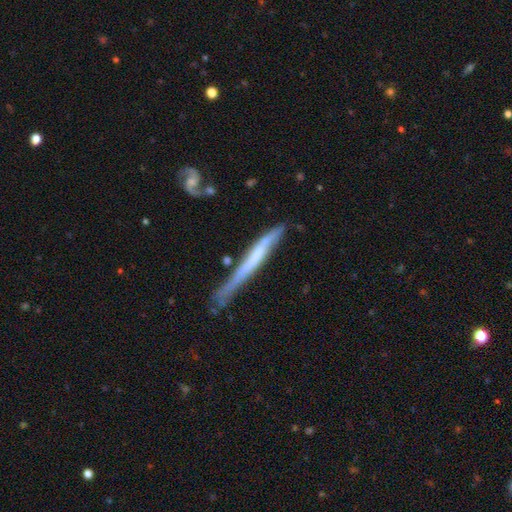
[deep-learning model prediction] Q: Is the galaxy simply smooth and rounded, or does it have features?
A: featured or disk — 60%.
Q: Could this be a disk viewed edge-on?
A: yes — 86%.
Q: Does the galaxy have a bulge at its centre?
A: none — 73%.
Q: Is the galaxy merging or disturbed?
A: none — 51%.